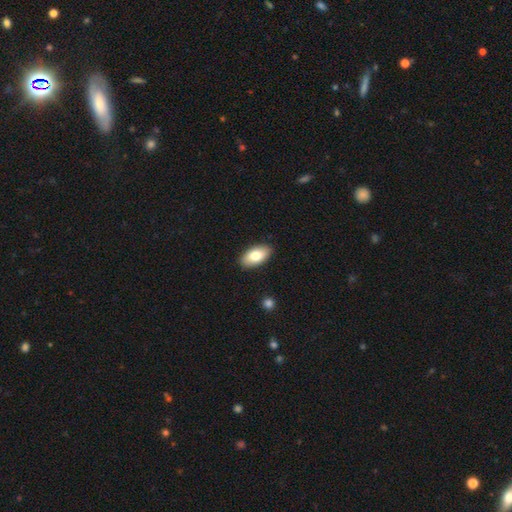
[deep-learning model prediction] smooth-or-featured: smooth: 78% | featured or disk: 16% | star or artifact: 6%
  how-rounded: in between: 93% | cigar-shaped: 3% | round: 3%
  merging: none: 89% | minor disturbance: 8% | major disturbance: 2% | merger: 1%